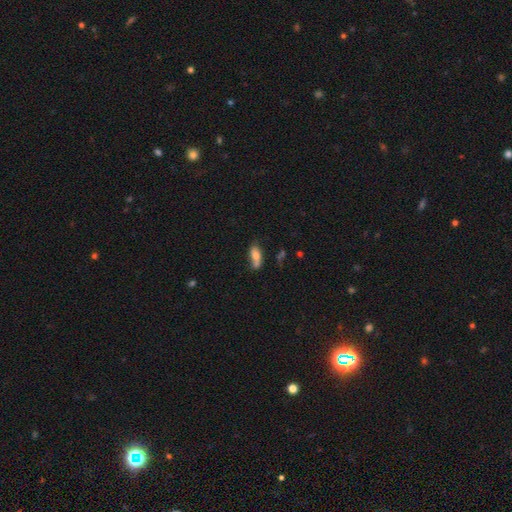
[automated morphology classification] Smooth or featured? smooth (71%)
How rounded? in between (80%)
Merging? none (44%)